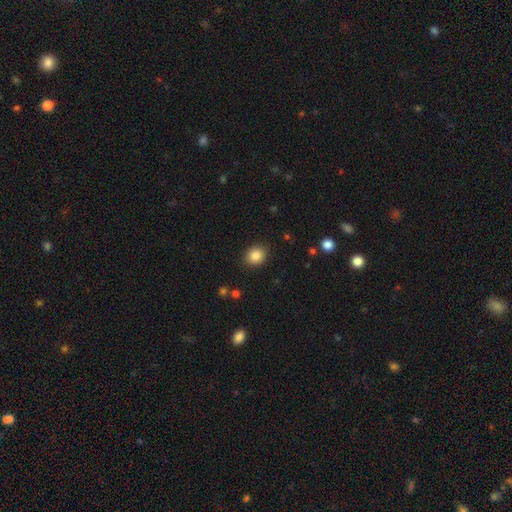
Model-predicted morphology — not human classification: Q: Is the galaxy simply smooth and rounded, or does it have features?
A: smooth — 84%.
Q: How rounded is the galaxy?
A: round — 71%.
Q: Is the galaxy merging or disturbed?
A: none — 90%.